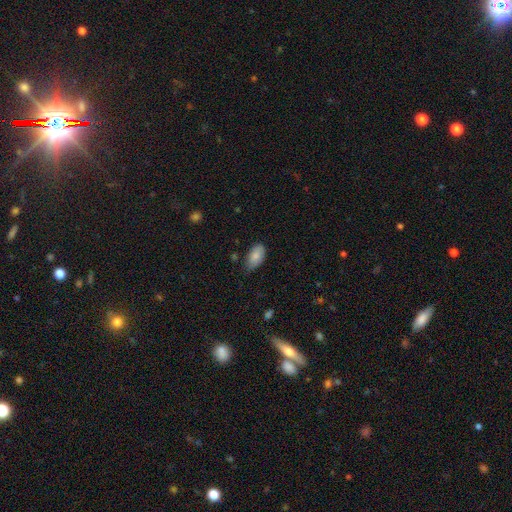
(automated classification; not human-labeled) Smooth or featured? smooth (83%)
How rounded? in between (94%)
Merging? none (62%)